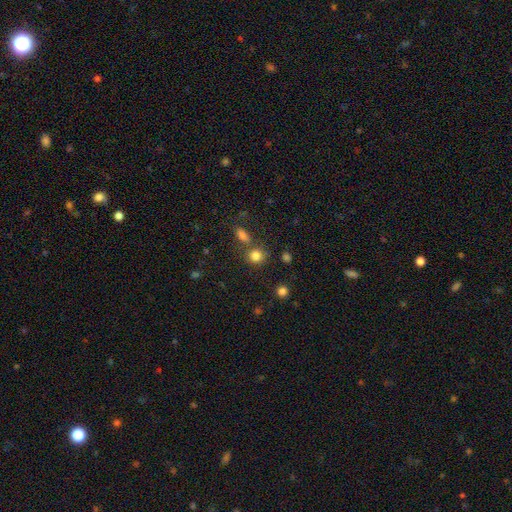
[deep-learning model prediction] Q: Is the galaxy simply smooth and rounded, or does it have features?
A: smooth — 82%.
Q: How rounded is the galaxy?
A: round — 79%.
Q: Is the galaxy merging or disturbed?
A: none — 67%.